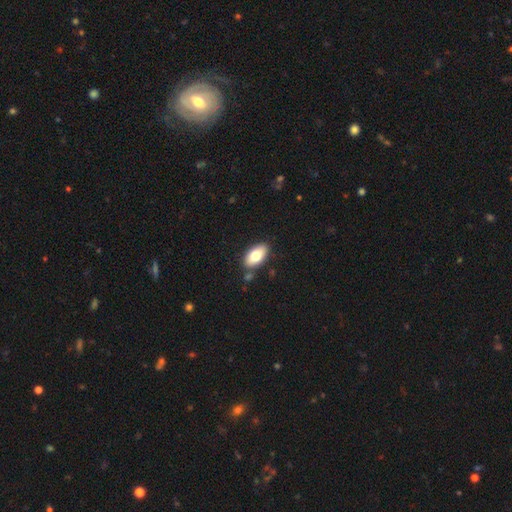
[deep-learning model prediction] smooth 75%, featured or disk 18%, star or artifact 7%. Down the decision tree: how rounded — in between (93%); merging — none (83%).